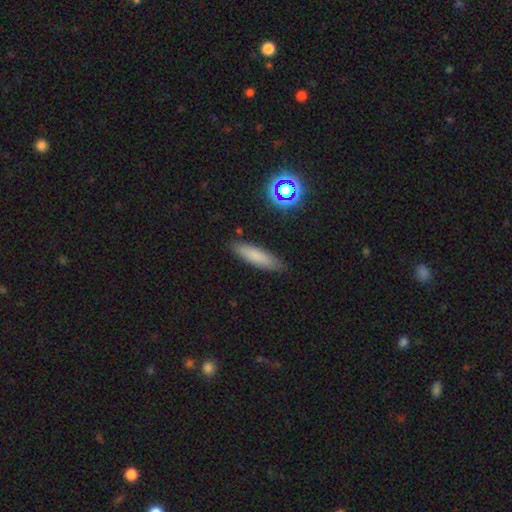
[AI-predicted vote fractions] Overall: smooth (78%). How rounded: cigar-shaped (71%). Merging: none (87%).